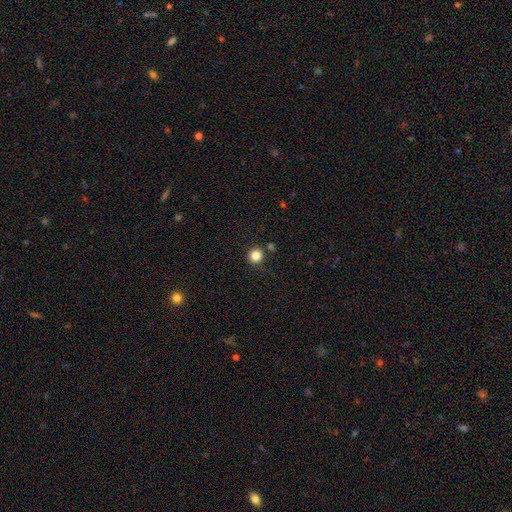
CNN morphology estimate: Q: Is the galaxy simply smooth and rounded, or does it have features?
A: smooth — 84%.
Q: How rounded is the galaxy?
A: round — 93%.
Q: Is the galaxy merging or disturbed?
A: none — 87%.